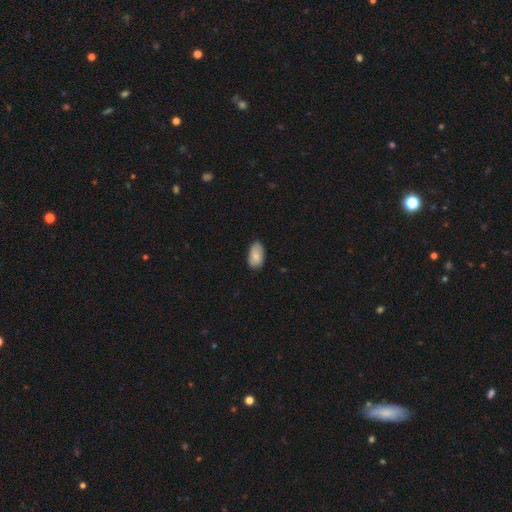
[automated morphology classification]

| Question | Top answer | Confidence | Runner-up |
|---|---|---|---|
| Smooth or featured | smooth | 79% | featured or disk (14%) |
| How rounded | in between | 93% | round (5%) |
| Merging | none | 77% | minor disturbance (19%) |